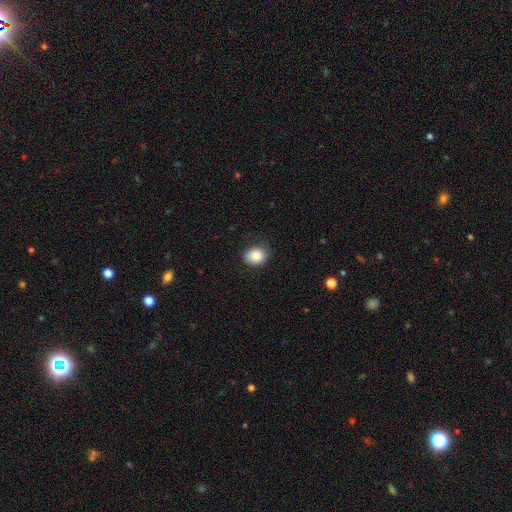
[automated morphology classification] smooth-or-featured: smooth: 85% | star or artifact: 9% | featured or disk: 6%
  how-rounded: round: 55% | in between: 44% | cigar-shaped: 1%
  merging: none: 71% | minor disturbance: 22% | major disturbance: 6% | merger: 1%